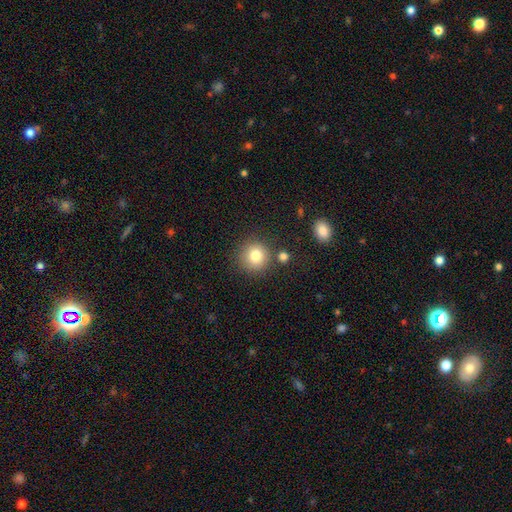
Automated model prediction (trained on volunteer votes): smooth 81%, star or artifact 11%, featured or disk 8%. Down the decision tree: how rounded — round (92%); merging — none (80%).